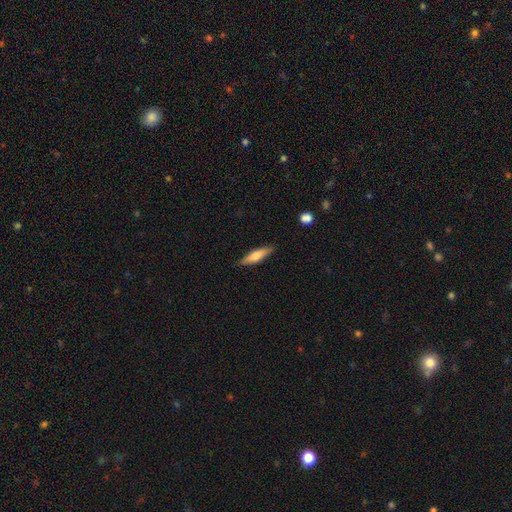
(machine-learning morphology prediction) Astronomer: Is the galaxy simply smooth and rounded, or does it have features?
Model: smooth — 61%.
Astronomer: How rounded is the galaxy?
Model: cigar-shaped — 75%.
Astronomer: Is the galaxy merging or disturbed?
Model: none — 87%.